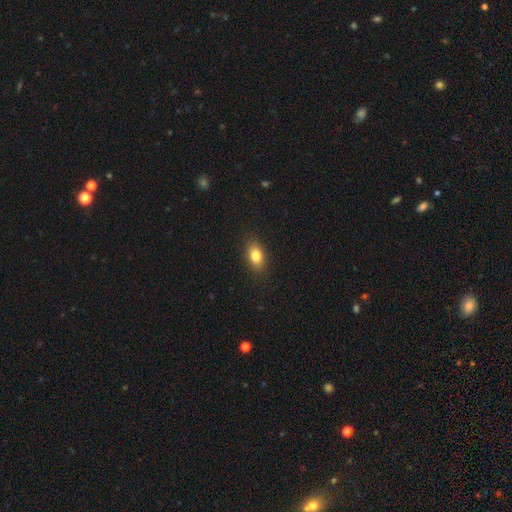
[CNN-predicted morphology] Smooth or featured: smooth — 81% (featured or disk — 10%)
How rounded: in between — 83% (round — 13%)
Merging: none — 88% (minor disturbance — 9%)